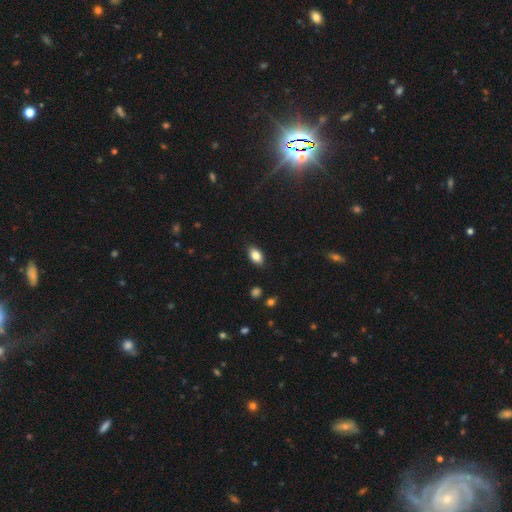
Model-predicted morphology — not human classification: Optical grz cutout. It shows a smooth galaxy with no disk features (83%) that is in between round and cigar-shaped (89%). Merging: none (87%).